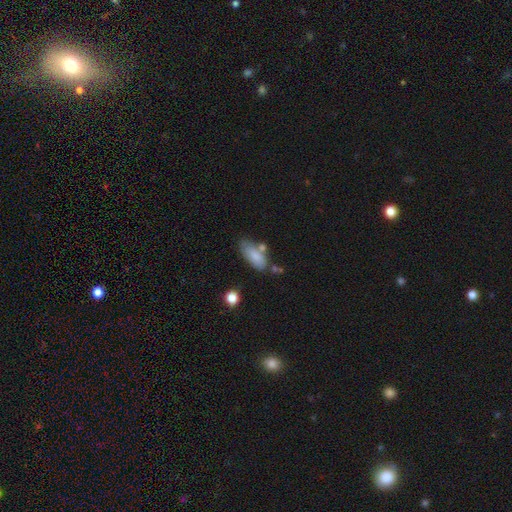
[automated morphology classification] A smooth galaxy with no disk features (81%) that is in between round and cigar-shaped (82%). Merging: none (53%).